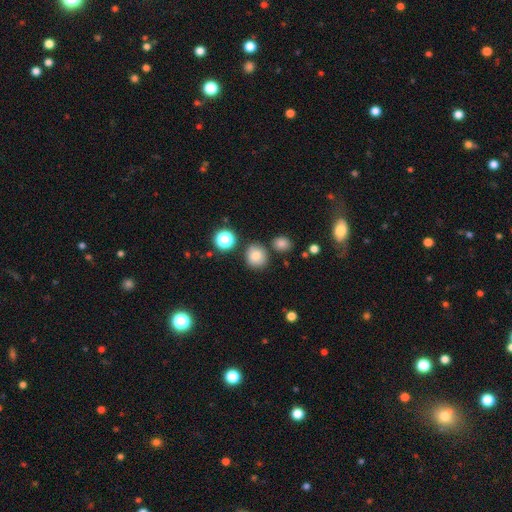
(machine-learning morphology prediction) smooth 80%, star or artifact 13%, featured or disk 7%. Down the decision tree: how rounded — round (81%); merging — none (80%).